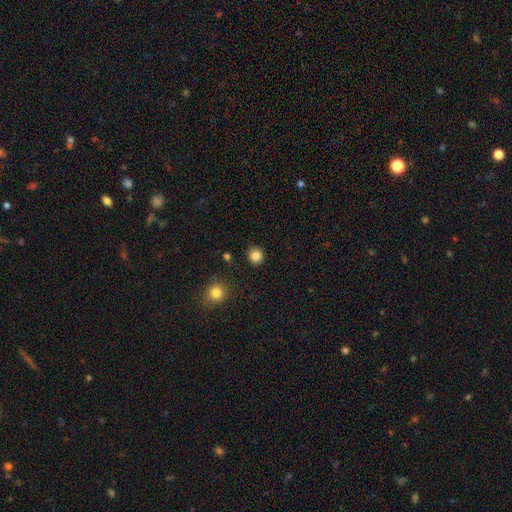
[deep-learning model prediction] The model was most divided on "smooth or featured": smooth: 85%, star or artifact: 11%, featured or disk: 4%. More confident: merging — none (90%); how rounded — round (87%).